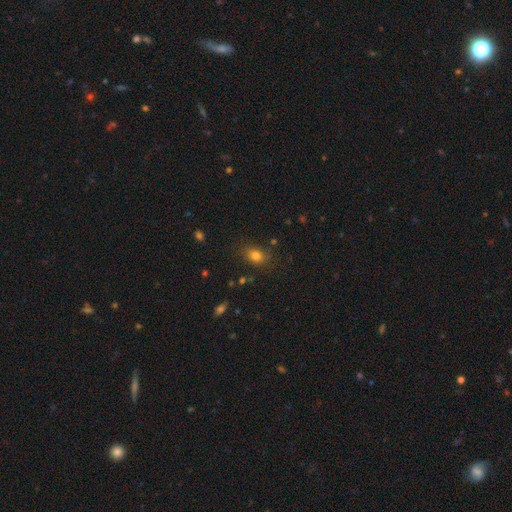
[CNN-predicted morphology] smooth_or_featured: smooth (p=0.78) [alt: star or artifact p=0.14]
how_rounded: in between (p=0.66) [alt: round p=0.32]
merging: none (p=0.79) [alt: minor disturbance p=0.14]